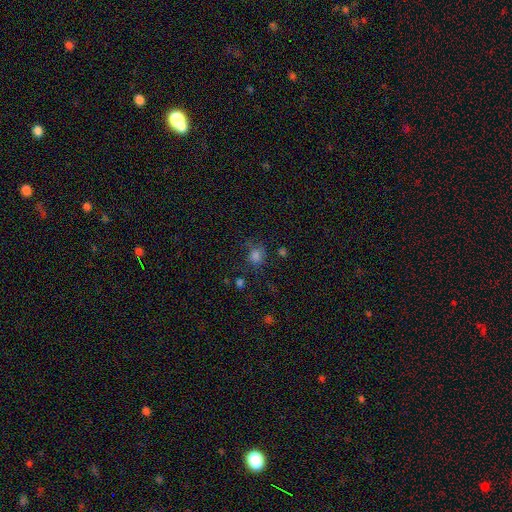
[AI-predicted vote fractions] Morphology: type=smooth (77%); roundness=round (78%); merging=none (63%).